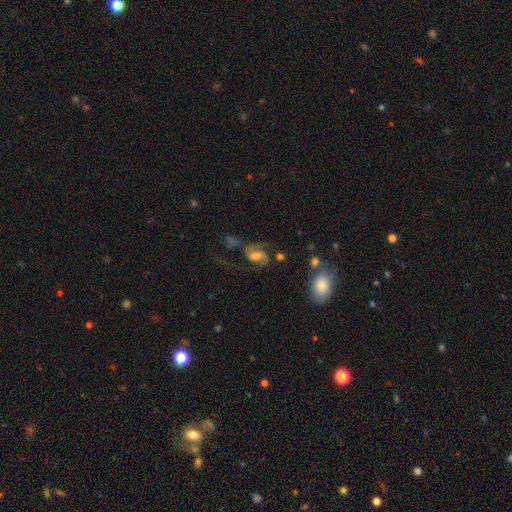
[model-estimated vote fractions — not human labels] smooth_or_featured: featured or disk (p=0.72) [alt: smooth p=0.19]
disk_edge_on: no (p=0.97) [alt: yes p=0.03]
bar: no (p=0.46) [alt: weak p=0.41]
has_spiral_arms: yes (p=0.91) [alt: no p=0.09]
spiral_winding: medium (p=0.46) [alt: loose p=0.39]
spiral_arm_count: 2 (p=0.82) [alt: 1 p=0.08]
bulge_size: moderate (p=0.49) [alt: large p=0.23]
merging: none (p=0.41) [alt: major disturbance p=0.30]